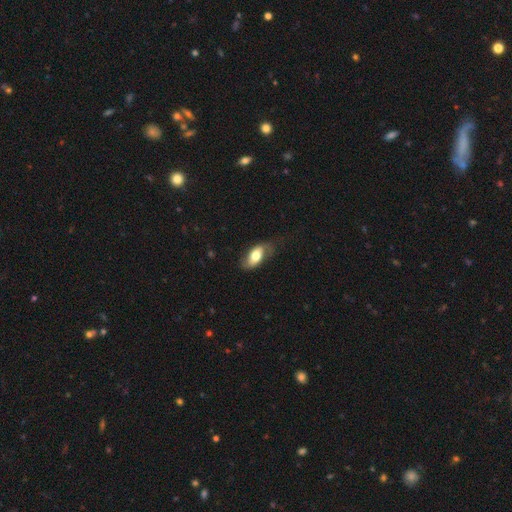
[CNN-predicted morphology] type=smooth (63%); roundness=in between (89%); merging=none (59%).